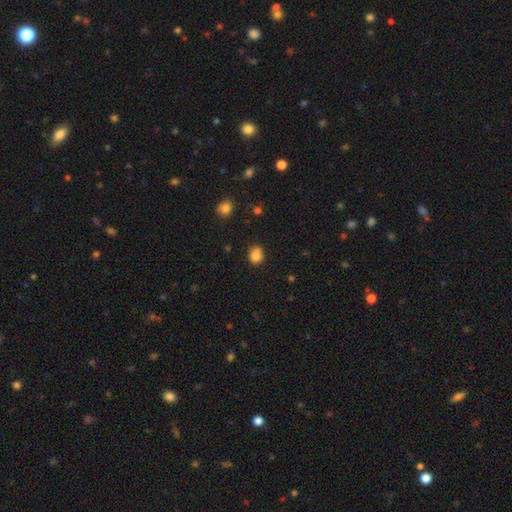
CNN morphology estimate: Q: Smooth or featured?
A: smooth (83%); runner-up: star or artifact (11%)
Q: How rounded?
A: round (64%); runner-up: in between (35%)
Q: Merging?
A: none (63%); runner-up: minor disturbance (26%)